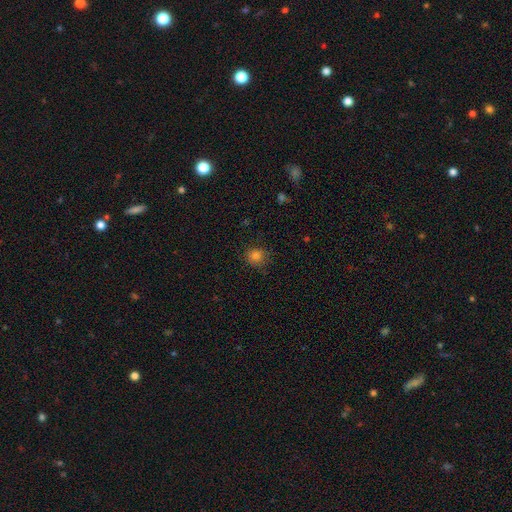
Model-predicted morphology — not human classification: This is clearly a smooth galaxy (81%). How rounded: clearly round (84%). Merging: likely none (80%).